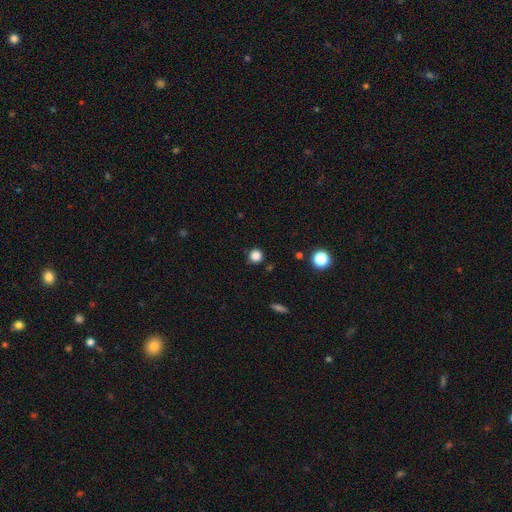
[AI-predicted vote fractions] Q: Smooth or featured?
A: smooth (84%); runner-up: star or artifact (12%)
Q: How rounded?
A: round (94%); runner-up: in between (5%)
Q: Merging?
A: none (89%); runner-up: minor disturbance (7%)